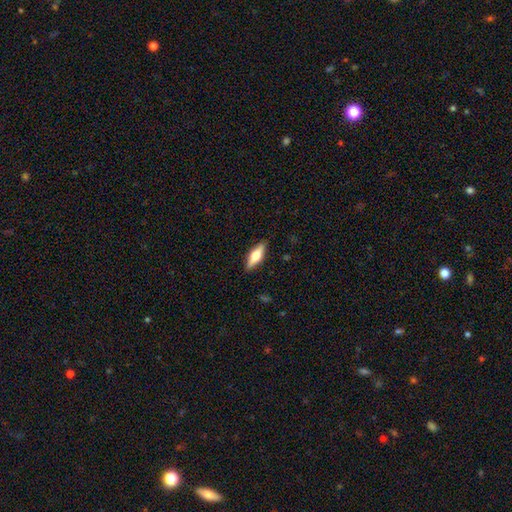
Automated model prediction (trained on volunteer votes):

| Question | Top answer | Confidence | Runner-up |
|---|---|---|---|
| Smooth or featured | featured or disk | 48% | smooth (46%) |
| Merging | none | 88% | minor disturbance (9%) |